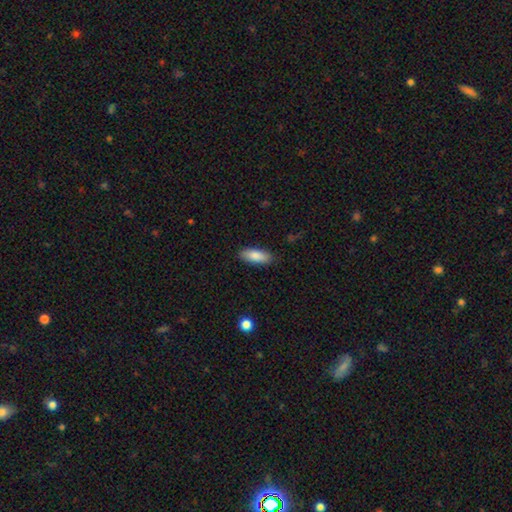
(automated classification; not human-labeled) Smooth or featured? smooth (87%)
How rounded? in between (75%)
Merging? none (88%)